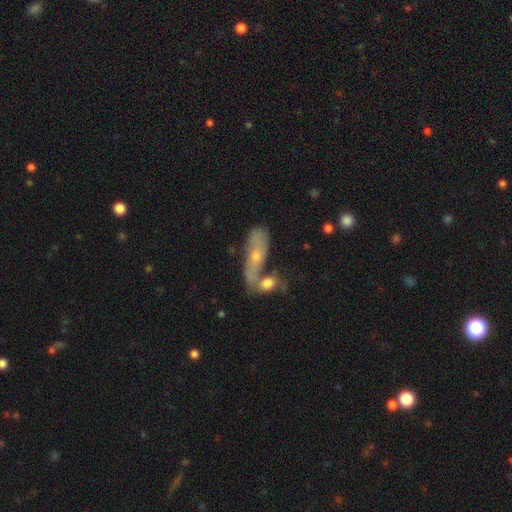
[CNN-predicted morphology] Smooth or featured? Predicted: featured or disk (p=0.47). Merging? Predicted: merger (p=0.48).